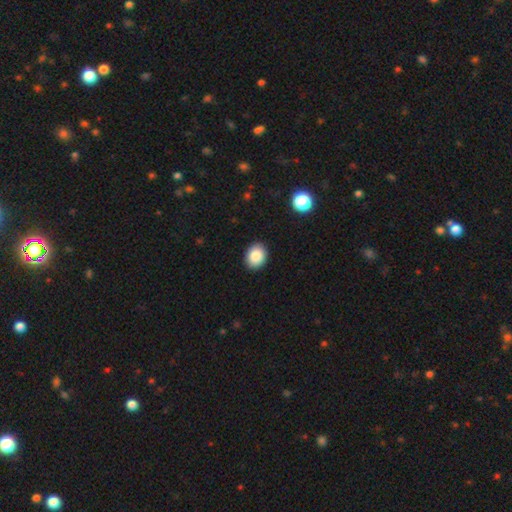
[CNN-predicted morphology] smooth_or_featured: smooth (p=0.87) [alt: star or artifact p=0.08]
how_rounded: in between (p=0.52) [alt: round p=0.47]
merging: none (p=0.90) [alt: minor disturbance p=0.07]